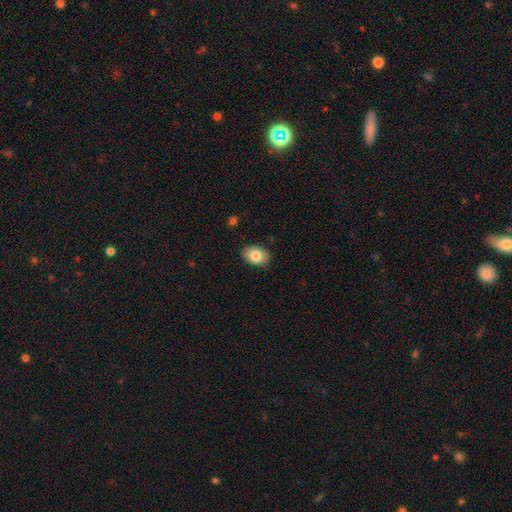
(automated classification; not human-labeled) Smooth or featured: smooth — 84% (featured or disk — 9%)
How rounded: in between — 81% (round — 18%)
Merging: none — 89% (minor disturbance — 9%)